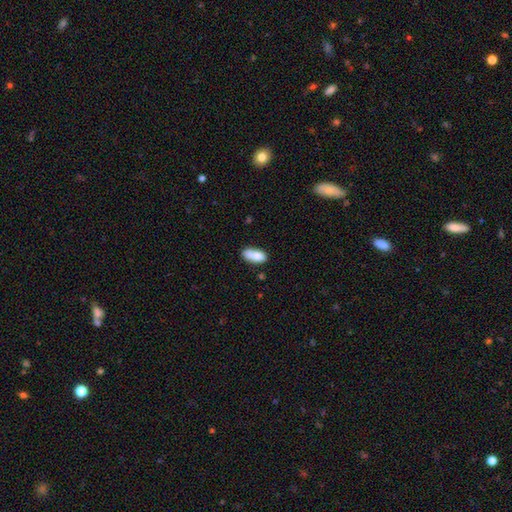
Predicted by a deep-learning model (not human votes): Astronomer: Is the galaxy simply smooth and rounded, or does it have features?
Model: smooth — 80%.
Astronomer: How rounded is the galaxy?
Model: in between — 86%.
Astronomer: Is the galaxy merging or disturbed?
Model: none — 53%.